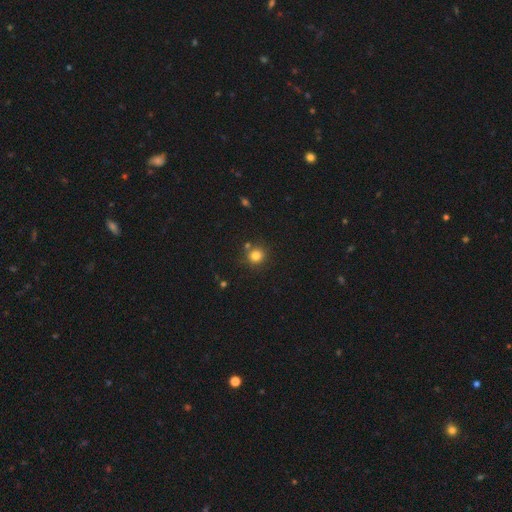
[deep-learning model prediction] A smooth galaxy with no disk features (81%) that is round (90%). Merging: none (78%).